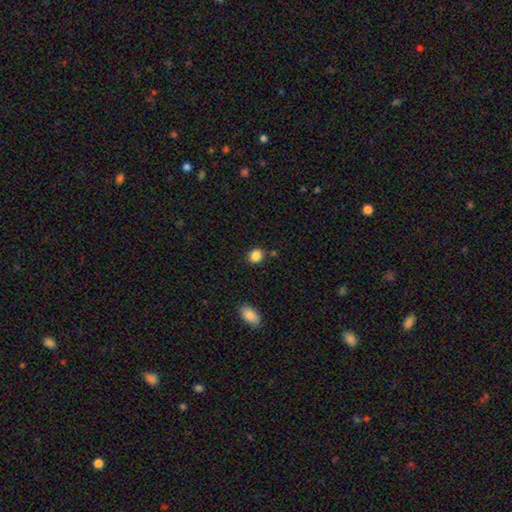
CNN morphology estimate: This is clearly a smooth galaxy (87%). How rounded: likely round (69%). Merging: clearly none (85%).